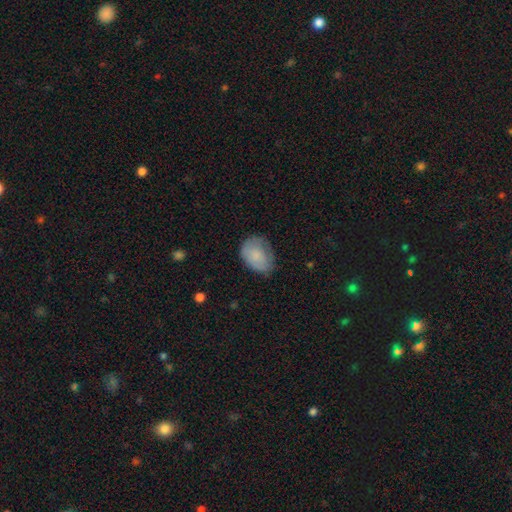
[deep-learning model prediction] Smooth or featured?
  - smooth: 79% *
  - featured or disk: 14%
  - star or artifact: 7%
How rounded?
  - in between: 72% *
  - round: 26%
  - cigar-shaped: 1%
Merging?
  - none: 59% *
  - minor disturbance: 30%
  - major disturbance: 9%
  - merger: 1%